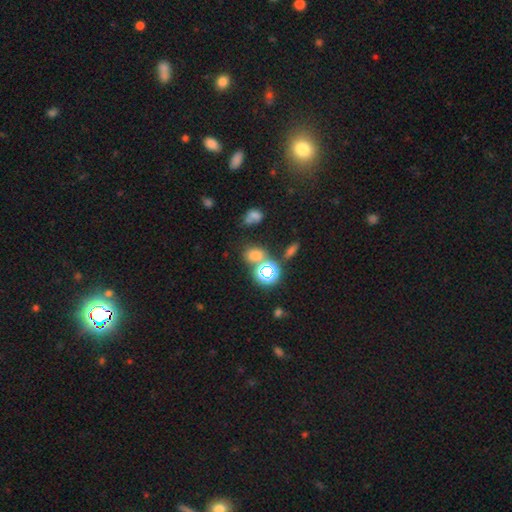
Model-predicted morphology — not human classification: A smooth galaxy with no disk features (60%) that is in between round and cigar-shaped (53%).

Vote fractions:
- Smooth or featured? smooth: 60% / star or artifact: 32% / featured or disk: 8%
- How rounded? in between: 53% / round: 46% / cigar-shaped: 2%
- Merging? none: 58% / merger: 22% / minor disturbance: 13% / major disturbance: 6%